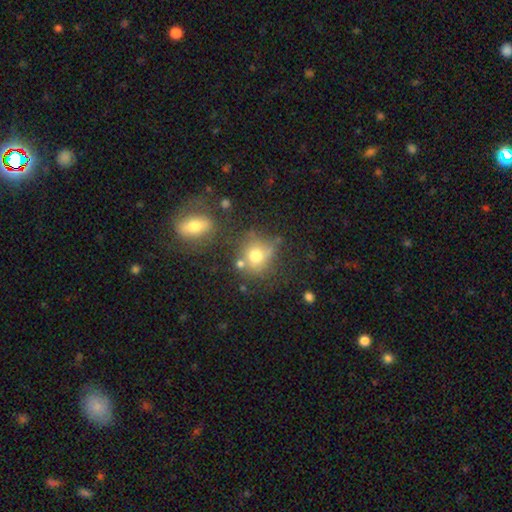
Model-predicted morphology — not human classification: Overall: smooth (71%). How rounded: round (80%). Merging: none (59%).